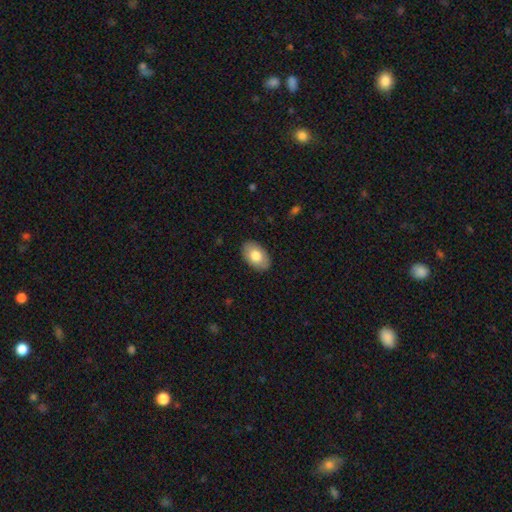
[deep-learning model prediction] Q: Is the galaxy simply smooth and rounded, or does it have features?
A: smooth — 77%.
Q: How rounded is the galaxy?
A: in between — 91%.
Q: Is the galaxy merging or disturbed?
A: none — 88%.